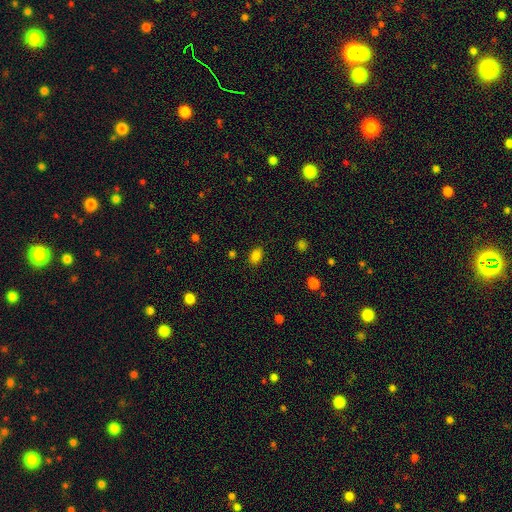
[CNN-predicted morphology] A smooth galaxy with no disk features (83%) that is in between round and cigar-shaped (84%). Merging: none (84%).